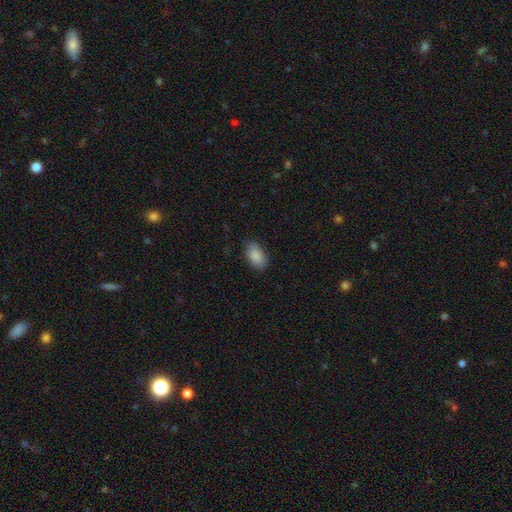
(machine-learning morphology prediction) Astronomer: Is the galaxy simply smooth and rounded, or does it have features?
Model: smooth — 88%.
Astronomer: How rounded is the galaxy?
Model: in between — 93%.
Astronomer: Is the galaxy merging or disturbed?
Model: none — 83%.